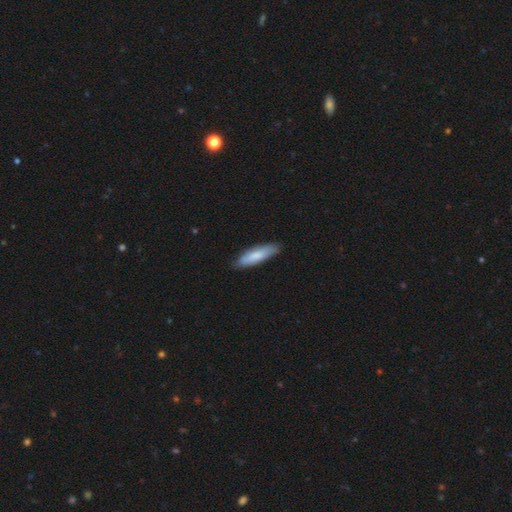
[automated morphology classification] smooth-or-featured: smooth: 78% | featured or disk: 17% | star or artifact: 5%
  how-rounded: cigar-shaped: 64% | in between: 35% | round: 1%
  merging: none: 85% | minor disturbance: 12% | major disturbance: 2% | merger: 1%